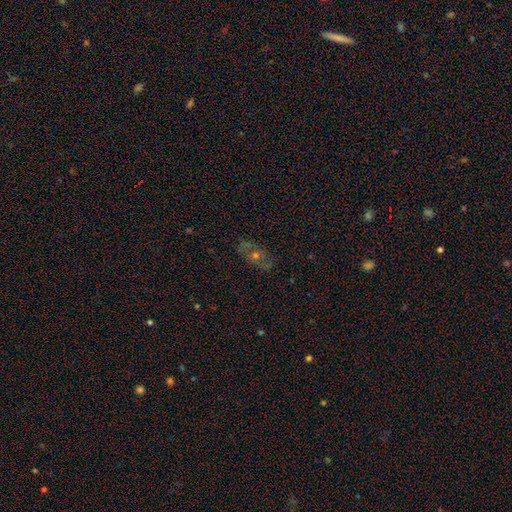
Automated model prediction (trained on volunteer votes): Smooth or featured: featured or disk — 46% (smooth — 30%)
Merging: none — 76% (minor disturbance — 15%)